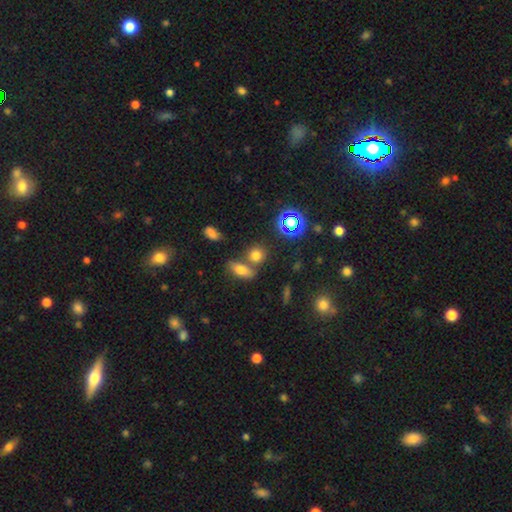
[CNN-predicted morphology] type=smooth (69%); roundness=round (69%); merging=none (62%).